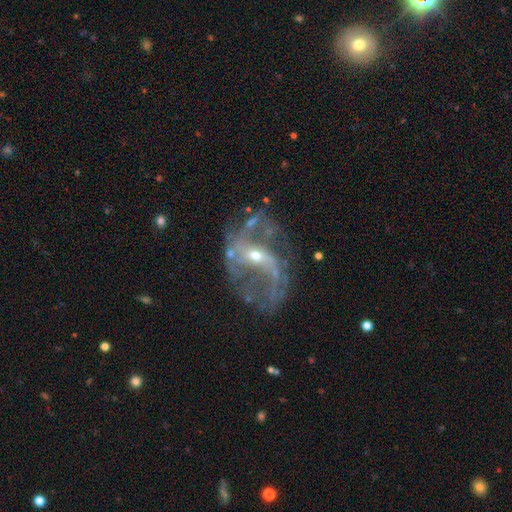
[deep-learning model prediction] smooth_or_featured: featured or disk (p=0.87) [alt: star or artifact p=0.07]
disk_edge_on: no (p=0.97) [alt: yes p=0.03]
bar: weak (p=0.42) [alt: no p=0.31]
has_spiral_arms: yes (p=0.91) [alt: no p=0.09]
spiral_winding: loose (p=0.59) [alt: medium p=0.33]
spiral_arm_count: 2 (p=0.79) [alt: can't tell p=0.07]
bulge_size: small (p=0.61) [alt: moderate p=0.35]
merging: none (p=0.49) [alt: major disturbance p=0.26]